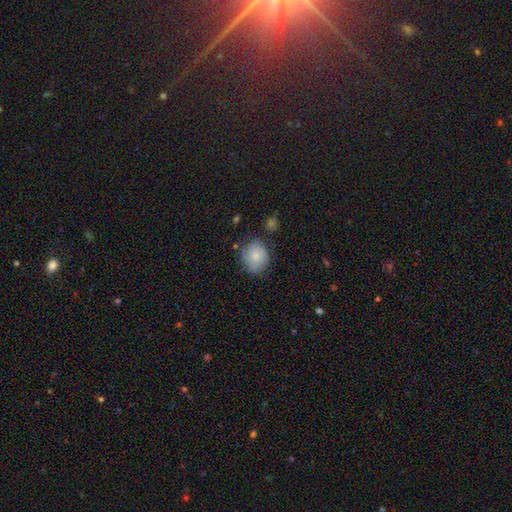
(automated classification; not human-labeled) A smooth galaxy with no disk features (78%) that is round (70%). Merging: none (68%).